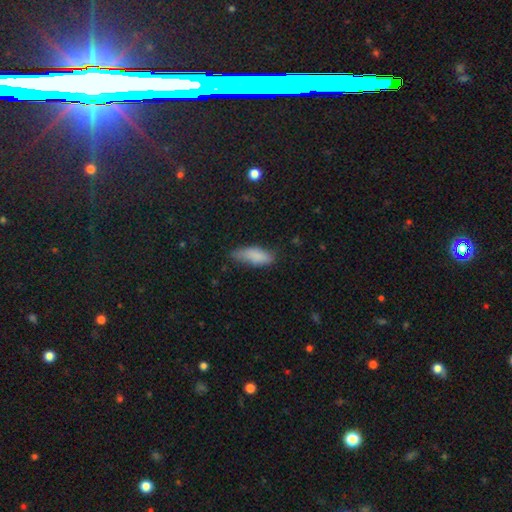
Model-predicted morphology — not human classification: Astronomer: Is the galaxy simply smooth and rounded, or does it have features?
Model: smooth — 84%.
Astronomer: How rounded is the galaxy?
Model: in between — 69%.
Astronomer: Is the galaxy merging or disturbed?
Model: none — 57% (runner-up: minor disturbance, 33%).